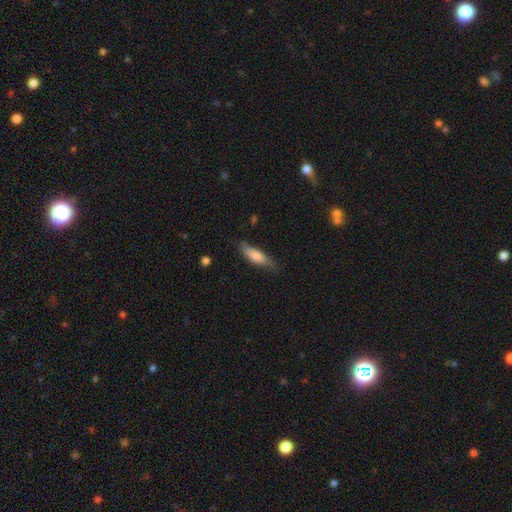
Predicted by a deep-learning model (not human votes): Overall: smooth (77%). How rounded: in between (50%; cigar-shaped 49%). Merging: none (70%).